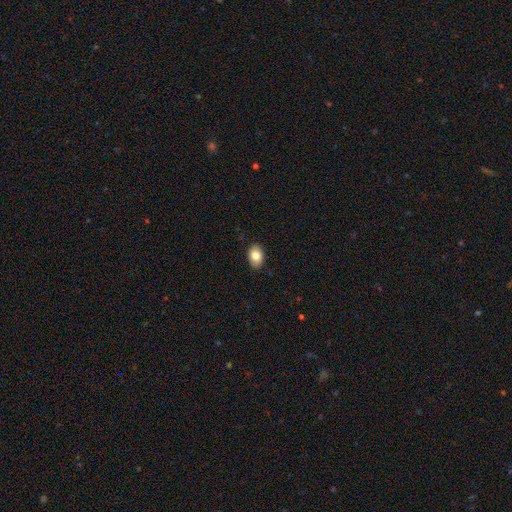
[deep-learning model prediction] smooth-or-featured: smooth: 83% | featured or disk: 10% | star or artifact: 8%
  how-rounded: in between: 85% | round: 14% | cigar-shaped: 1%
  merging: none: 89% | minor disturbance: 8% | major disturbance: 2% | merger: 1%